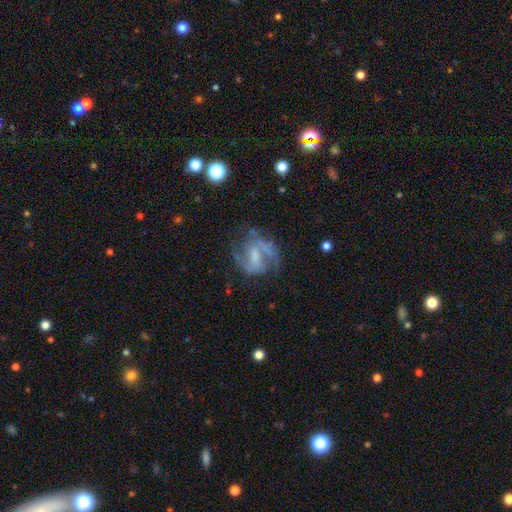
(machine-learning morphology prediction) smooth-or-featured: featured or disk: 79% | smooth: 13% | star or artifact: 8%
  disk-edge-on: no: 97% | yes: 3%
    bar: weak: 49% | strong: 31% | no: 21%
    has-spiral-arms: yes: 90% | no: 10%
      spiral-winding: medium: 53% | tight: 24% | loose: 22%
      spiral-arm-count: 2: 78% | can't tell: 10% | 3: 5% | 1: 4% | 4: 2% | more than 4: 1%
    bulge-size: moderate: 31% (tied) | small: 31% (tied) | none: 29% | large: 7% | dominant: 1%
  merging: none: 60% | minor disturbance: 20% | major disturbance: 17% | merger: 3%